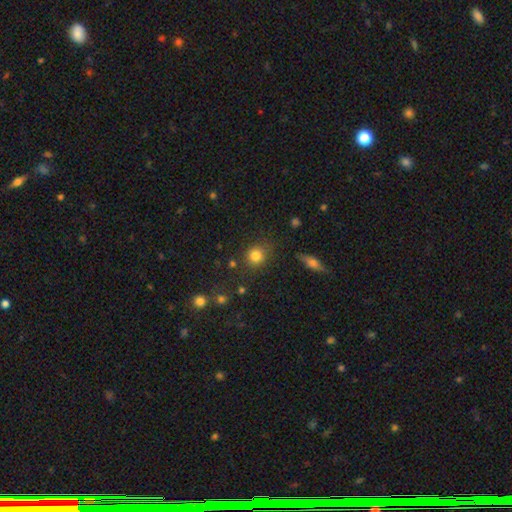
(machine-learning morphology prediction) Overall: smooth (82%). How rounded: round (87%). Merging: none (80%).